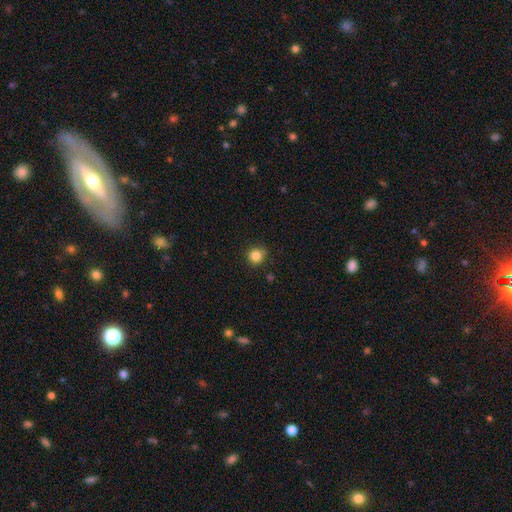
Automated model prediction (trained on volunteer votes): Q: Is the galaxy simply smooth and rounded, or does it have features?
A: smooth — 84%.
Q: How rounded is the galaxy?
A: round — 92%.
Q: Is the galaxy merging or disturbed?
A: none — 85%.